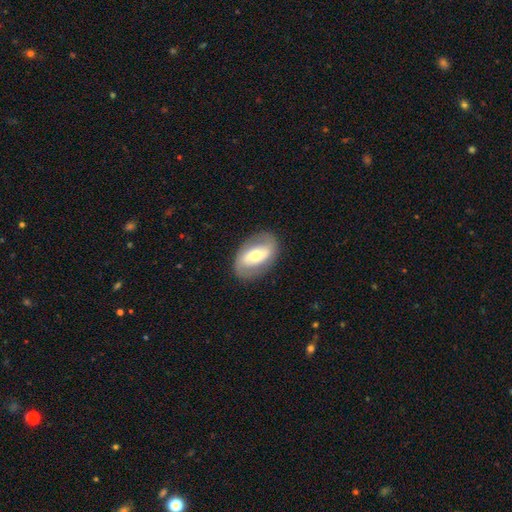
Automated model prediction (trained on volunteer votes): The model was most divided on "bar": strong: 35%, no: 33%, weak: 31%. More confident: edge-on disk — no (94%); merging — none (83%); spiral arms — yes (71%); smooth or featured — featured or disk (64%); bulge size — moderate (58%).